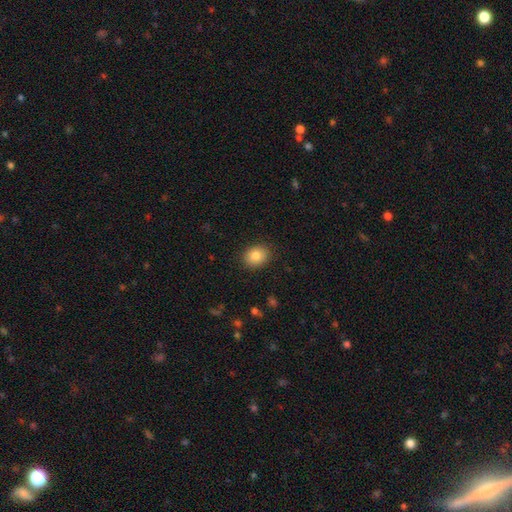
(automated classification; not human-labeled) Q: Smooth or featured?
A: smooth (85%); runner-up: star or artifact (9%)
Q: How rounded?
A: round (50%); runner-up: in between (49%)
Q: Merging?
A: none (88%); runner-up: minor disturbance (9%)